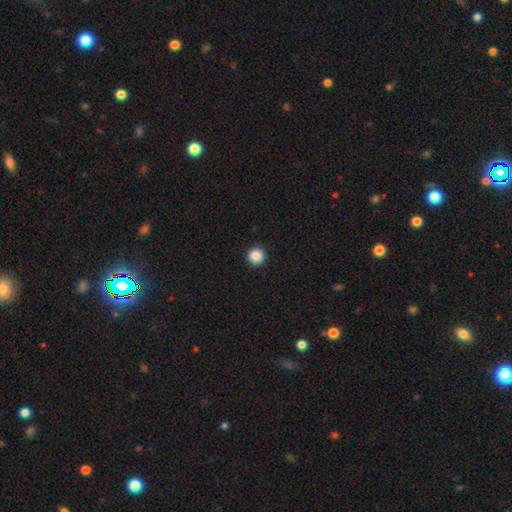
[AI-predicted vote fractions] smooth 88%, star or artifact 10%, featured or disk 2%. Down the decision tree: how rounded — round (96%); merging — none (93%).